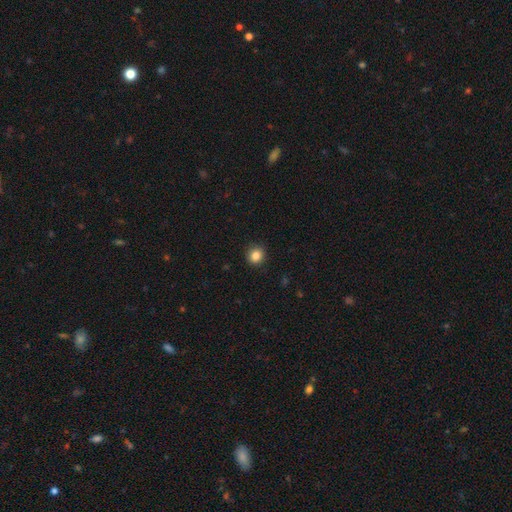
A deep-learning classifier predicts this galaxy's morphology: This is clearly a smooth galaxy (85%). How rounded: clearly round (89%). Merging: clearly none (90%).